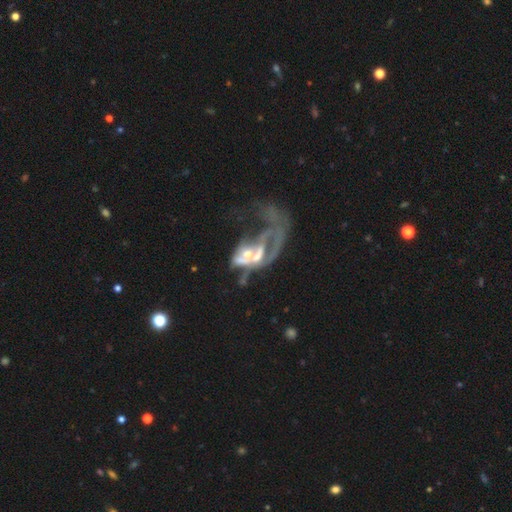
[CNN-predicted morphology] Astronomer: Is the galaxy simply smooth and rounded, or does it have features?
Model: featured or disk — 71%.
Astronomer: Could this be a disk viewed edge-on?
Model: no — 93%.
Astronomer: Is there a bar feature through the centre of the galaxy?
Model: no — 71%.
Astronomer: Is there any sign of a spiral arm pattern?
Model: no — 59% (runner-up: yes, 41%).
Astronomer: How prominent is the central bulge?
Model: moderate — 48% (runner-up: small, 30%).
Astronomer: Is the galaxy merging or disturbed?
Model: merger — 56%.